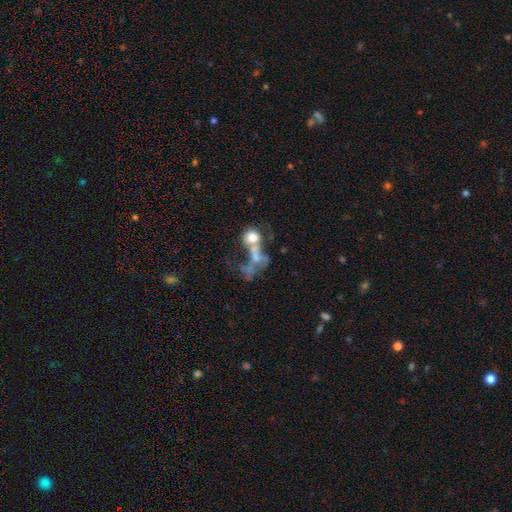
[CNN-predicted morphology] smooth_or_featured: smooth (p=0.45) [alt: featured or disk p=0.39]
merging: merger (p=0.47) [alt: major disturbance p=0.28]